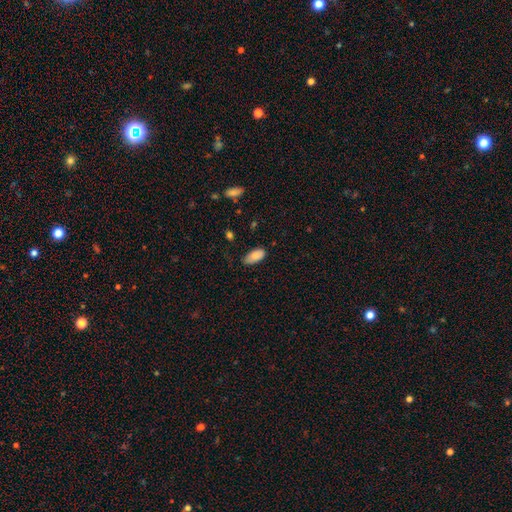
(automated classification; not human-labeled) Q: Smooth or featured?
A: smooth (80%); runner-up: featured or disk (14%)
Q: How rounded?
A: in between (93%); runner-up: cigar-shaped (5%)
Q: Merging?
A: none (72%); runner-up: minor disturbance (23%)